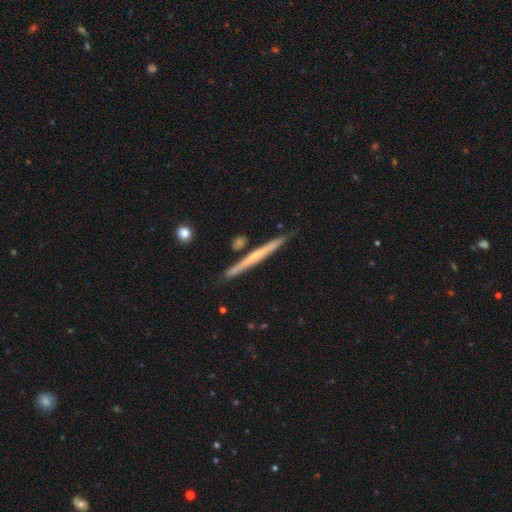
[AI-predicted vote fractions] smooth-or-featured: featured or disk: 61% | smooth: 32% | star or artifact: 8%
  disk-edge-on: yes: 97% | no: 3%
    edge-on-bulge: none: 60% | rounded: 33% | boxy: 7%
  merging: none: 86% | minor disturbance: 9% | merger: 4% | major disturbance: 2%